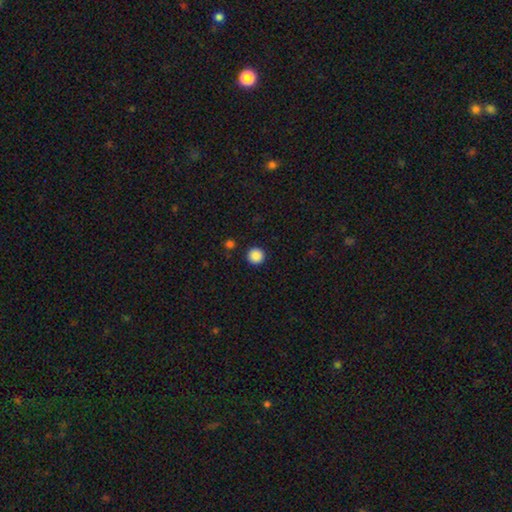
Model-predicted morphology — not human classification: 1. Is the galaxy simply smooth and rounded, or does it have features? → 88% smooth, 10% star or artifact, 2% featured or disk.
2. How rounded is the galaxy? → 96% round, 3% in between, 1% cigar-shaped.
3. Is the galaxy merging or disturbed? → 93% none, 4% minor disturbance, 2% major disturbance, 1% merger.